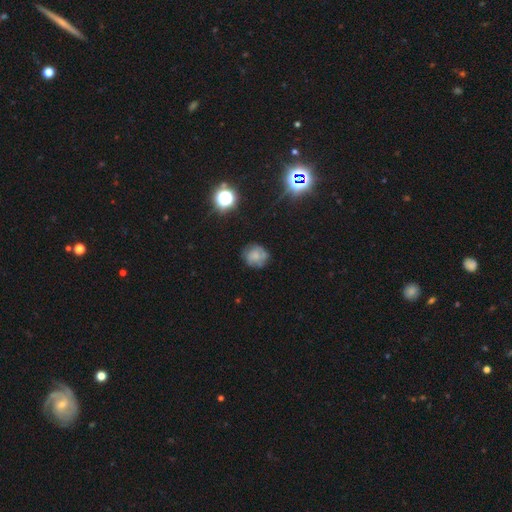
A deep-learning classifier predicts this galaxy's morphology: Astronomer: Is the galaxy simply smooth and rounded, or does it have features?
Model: smooth — 46% (runner-up: featured or disk, 38%).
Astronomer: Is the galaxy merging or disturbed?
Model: none — 65%.